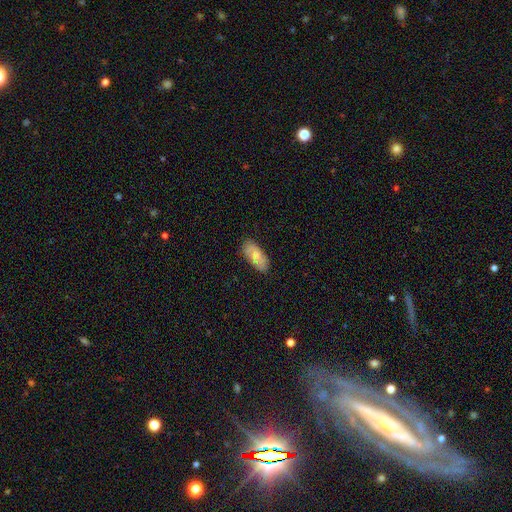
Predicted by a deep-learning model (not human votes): smooth 64%, featured or disk 30%, star or artifact 7%. Down the decision tree: how rounded — in between (90%); merging — none (79%).